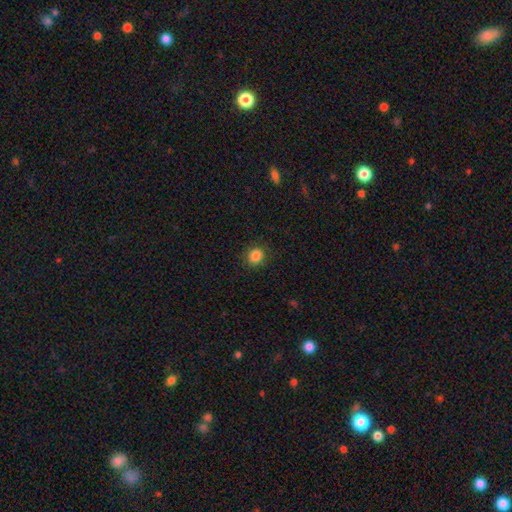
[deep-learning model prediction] Q: Smooth or featured?
A: smooth (86%); runner-up: star or artifact (10%)
Q: How rounded?
A: round (82%); runner-up: in between (17%)
Q: Merging?
A: none (88%); runner-up: minor disturbance (8%)